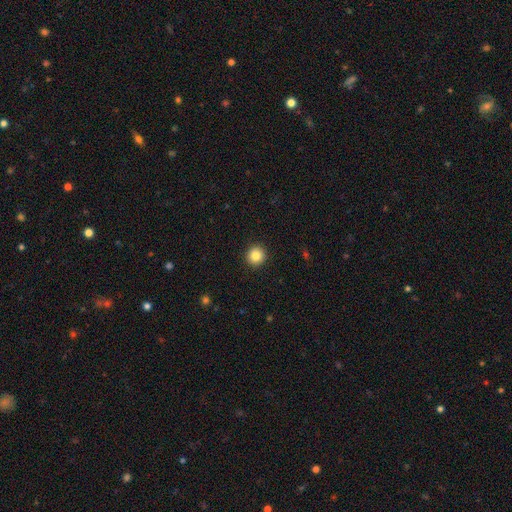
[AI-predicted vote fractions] The model was most divided on "smooth or featured": smooth: 84%, star or artifact: 10%, featured or disk: 6%. More confident: how rounded — round (94%); merging — none (93%).